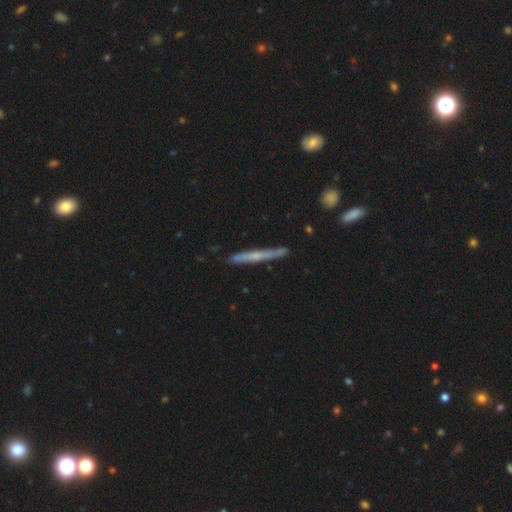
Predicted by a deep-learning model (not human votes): Smooth or featured? Predicted: featured or disk (p=0.55). Edge-on disk? Predicted: yes (p=0.94). Edge-on bulge? Predicted: none (p=0.53). Merging? Predicted: none (p=0.83).